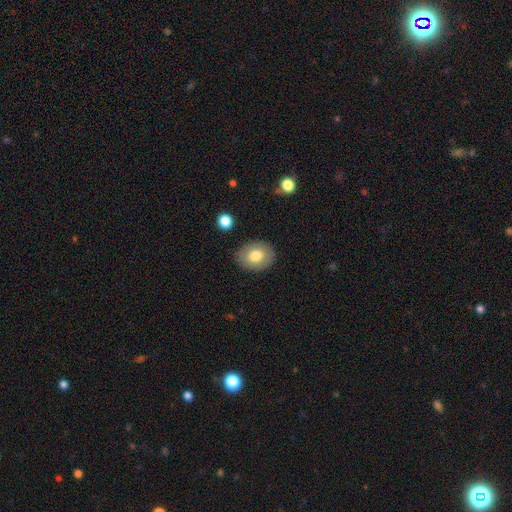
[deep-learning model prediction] Overall: smooth (75%). How rounded: in between (64%; round 35%). Merging: none (85%).